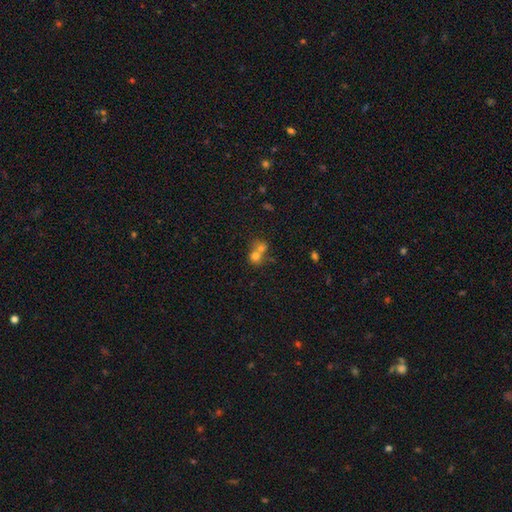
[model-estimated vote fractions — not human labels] This appears to be a smooth galaxy with no disk features (72%) that is round (77%). Merging: merger (62%).